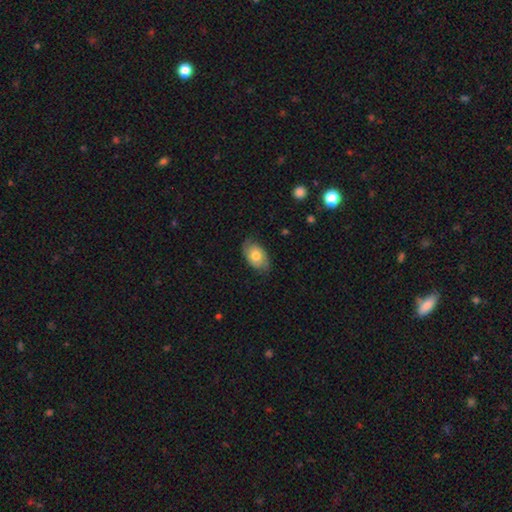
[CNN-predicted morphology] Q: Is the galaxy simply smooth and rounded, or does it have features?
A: smooth — 61%.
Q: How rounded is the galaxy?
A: in between — 89%.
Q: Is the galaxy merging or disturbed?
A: none — 73%.